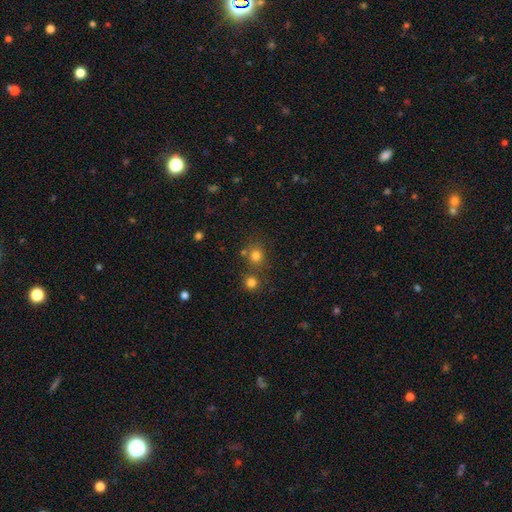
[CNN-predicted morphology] Overall: smooth (77%). How rounded: round (86%). Merging: none (68%).